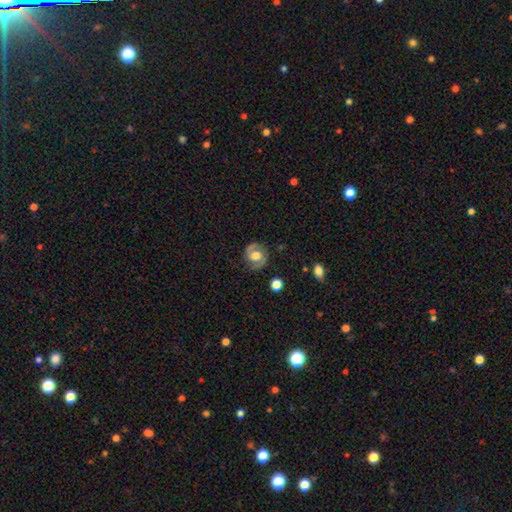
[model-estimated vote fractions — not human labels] A featured or disk galaxy (62%) with no bar (55%), spiral arms (82%) and a moderate central bulge (57%). Merging: none (81%).